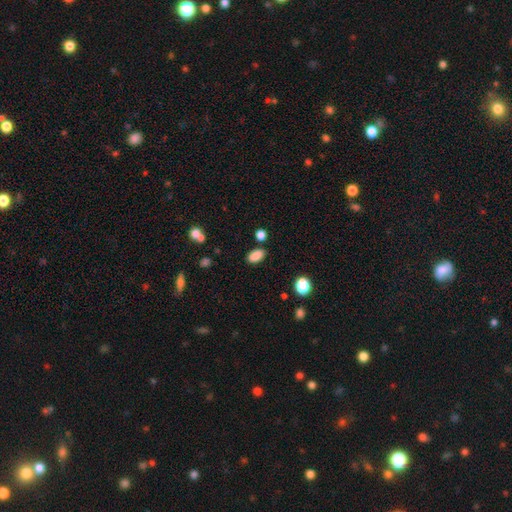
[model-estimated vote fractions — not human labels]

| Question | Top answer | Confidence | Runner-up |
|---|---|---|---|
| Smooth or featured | smooth | 86% | star or artifact (9%) |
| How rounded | in between | 90% | round (6%) |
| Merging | none | 82% | minor disturbance (11%) |